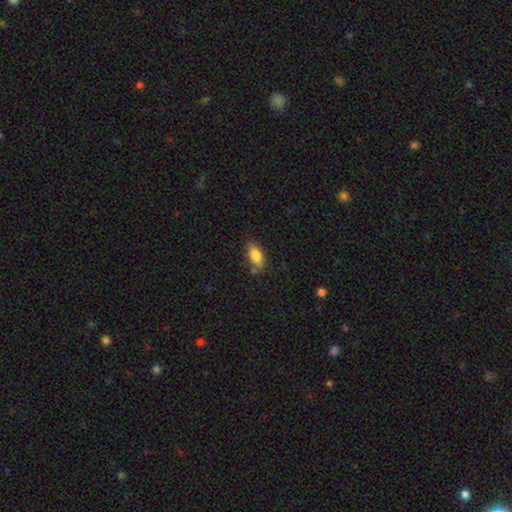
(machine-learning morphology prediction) type=smooth (83%); roundness=in between (87%); merging=none (71%).